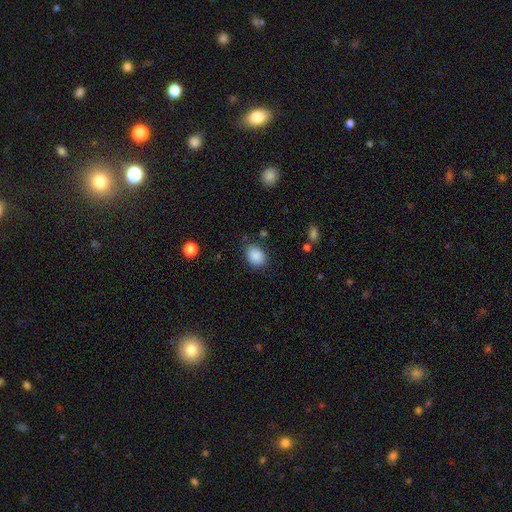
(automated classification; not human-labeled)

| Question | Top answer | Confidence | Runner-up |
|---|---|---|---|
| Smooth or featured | smooth | 88% | star or artifact (8%) |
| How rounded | in between | 62% | round (37%) |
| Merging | none | 79% | minor disturbance (15%) |